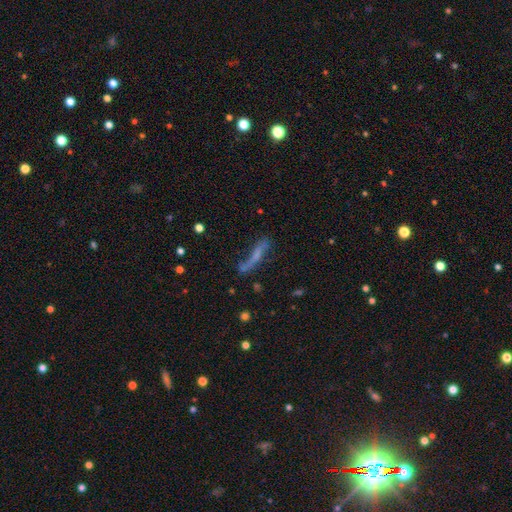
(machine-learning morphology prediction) Overall: smooth (46%; featured or disk 41%). Merging: none (45%; minor disturbance 24%).